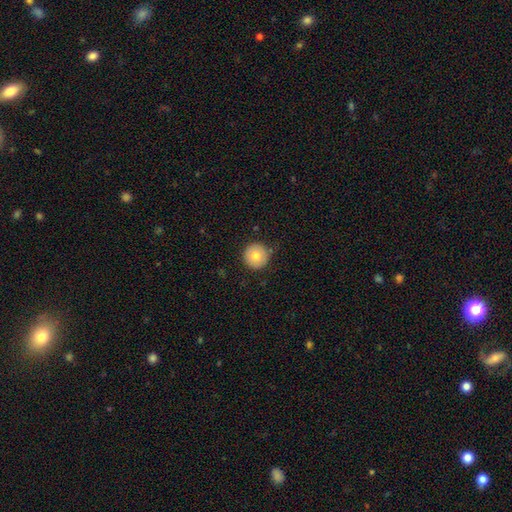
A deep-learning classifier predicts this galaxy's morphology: Overall: smooth (78%). How rounded: round (96%). Merging: none (82%).